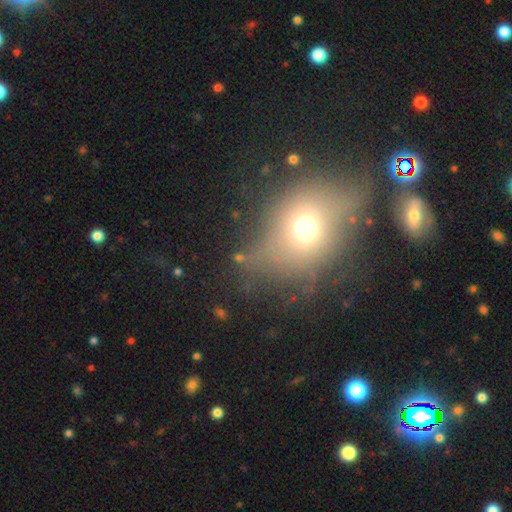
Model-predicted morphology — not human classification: A smooth galaxy with no disk features (52%) that is in between round and cigar-shaped (49%).

Vote fractions:
- Smooth or featured? smooth: 52% / featured or disk: 25% / star or artifact: 23%
- How rounded? in between: 49% / round: 48% / cigar-shaped: 3%
- Merging? none: 63% / minor disturbance: 19% / major disturbance: 12% / merger: 6%